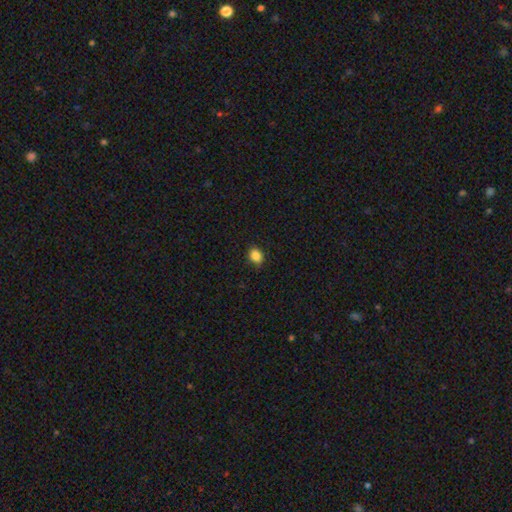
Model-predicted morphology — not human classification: smooth 87%, star or artifact 10%, featured or disk 4%. Down the decision tree: how rounded — in between (53%); merging — none (85%).